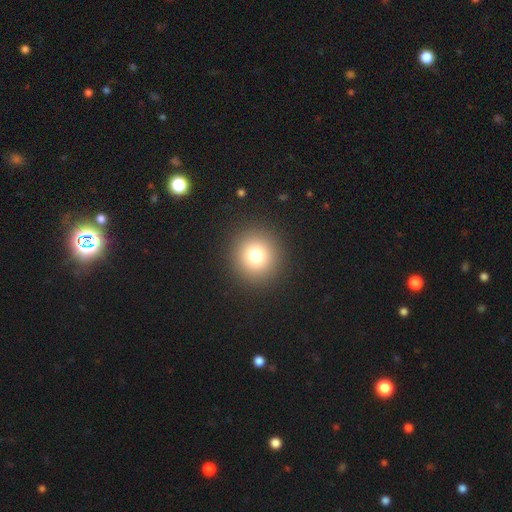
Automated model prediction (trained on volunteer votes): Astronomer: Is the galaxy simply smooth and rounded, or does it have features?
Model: smooth — 77%.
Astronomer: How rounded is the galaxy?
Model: round — 94%.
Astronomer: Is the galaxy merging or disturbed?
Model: none — 92%.